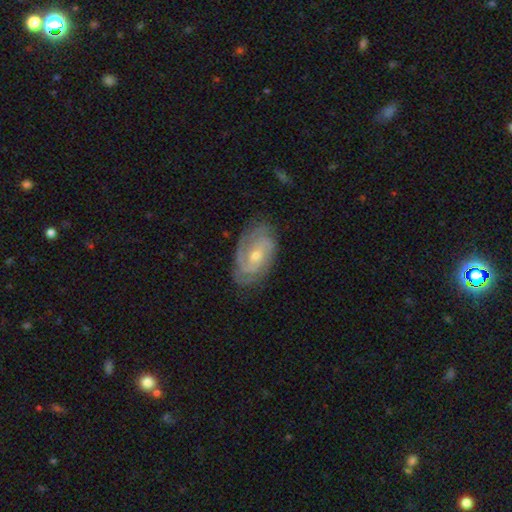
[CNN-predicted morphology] Smooth or featured: featured or disk — 86% (smooth — 9%)
Edge-on disk: no — 96% (yes — 4%)
Bar: no — 55% (weak — 36%)
Spiral arms: yes — 96% (no — 4%)
Spiral winding: tight — 65% (medium — 29%)
Spiral arm count: 2 — 40% (3 — 26%)
Bulge size: small — 55% (moderate — 41%)
Merging: none — 77% (minor disturbance — 17%)